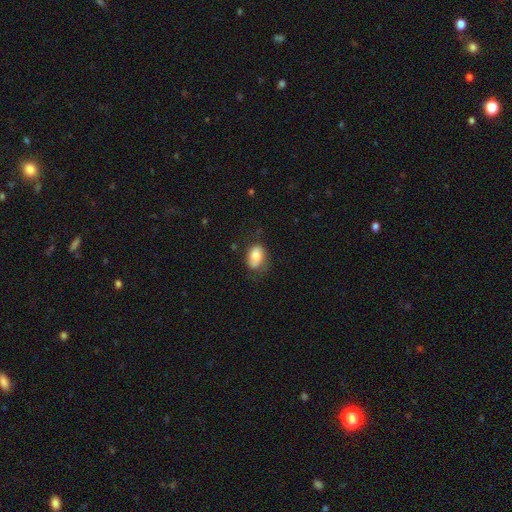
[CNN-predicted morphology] Smooth or featured? smooth (76%)
How rounded? in between (84%)
Merging? none (54%)